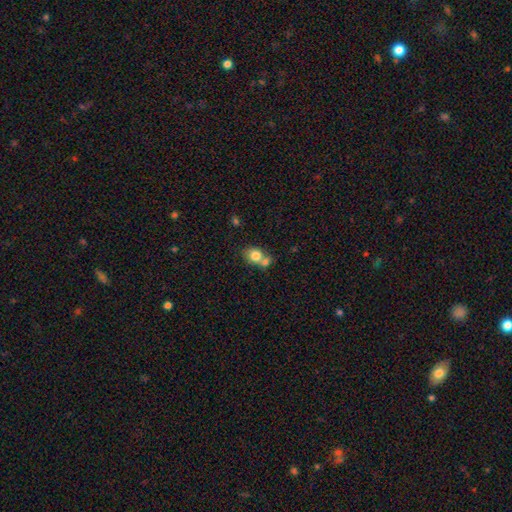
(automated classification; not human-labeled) Smooth or featured: smooth — 79% (featured or disk — 12%)
How rounded: round — 59% (in between — 40%)
Merging: merger — 52% (none — 35%)